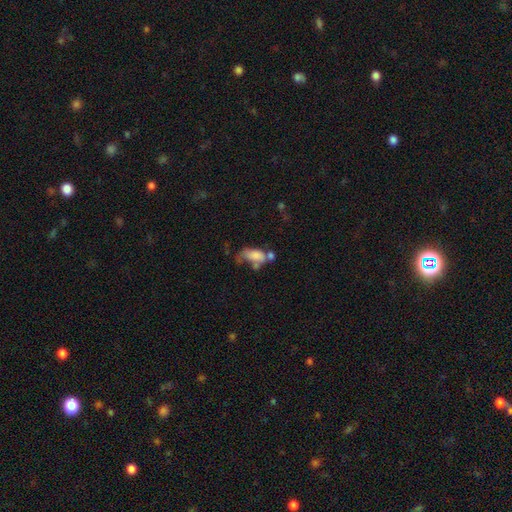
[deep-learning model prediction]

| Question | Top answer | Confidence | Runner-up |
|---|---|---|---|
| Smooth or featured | smooth | 68% | featured or disk (22%) |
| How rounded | in between | 89% | cigar-shaped (6%) |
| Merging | merger | 36% | major disturbance (25%) |